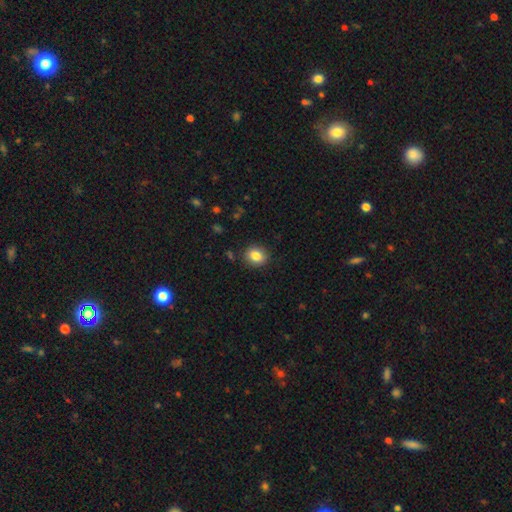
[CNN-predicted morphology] type=smooth (84%); roundness=round (64%); merging=none (89%).